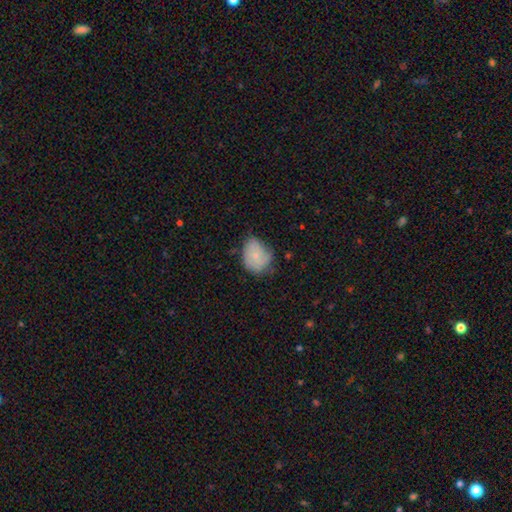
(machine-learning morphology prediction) smooth_or_featured: smooth (p=0.65) [alt: featured or disk p=0.26]
how_rounded: in between (p=0.53) [alt: round p=0.46]
merging: none (p=0.45) [alt: minor disturbance p=0.40]